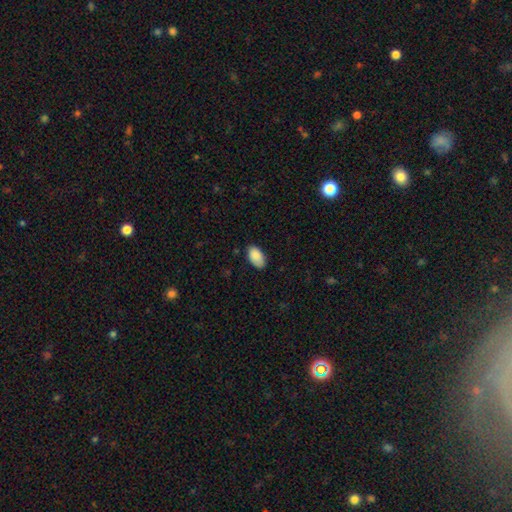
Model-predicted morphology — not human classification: This appears to be a smooth galaxy with no disk features (88%) that is in between round and cigar-shaped (94%). Merging: none (79%).